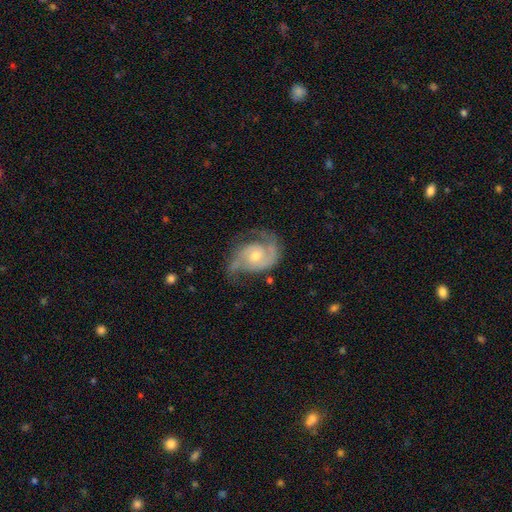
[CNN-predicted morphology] Smooth or featured: featured or disk — 88% (smooth — 7%)
Edge-on disk: no — 98% (yes — 2%)
Bar: no — 67% (weak — 28%)
Spiral arms: yes — 97% (no — 3%)
Spiral winding: medium — 50% (tight — 32%)
Spiral arm count: 2 — 85% (can't tell — 5%)
Bulge size: moderate — 55% (small — 40%)
Merging: none — 65% (minor disturbance — 22%)